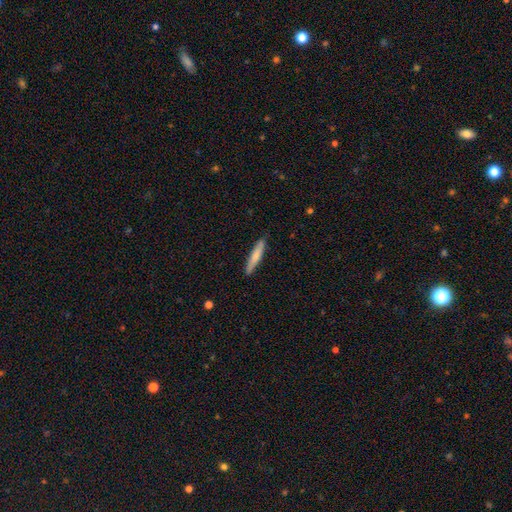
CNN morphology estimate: The model was most divided on "smooth or featured": smooth: 71%, featured or disk: 23%, star or artifact: 5%. More confident: how rounded — cigar-shaped (91%); merging — none (88%).